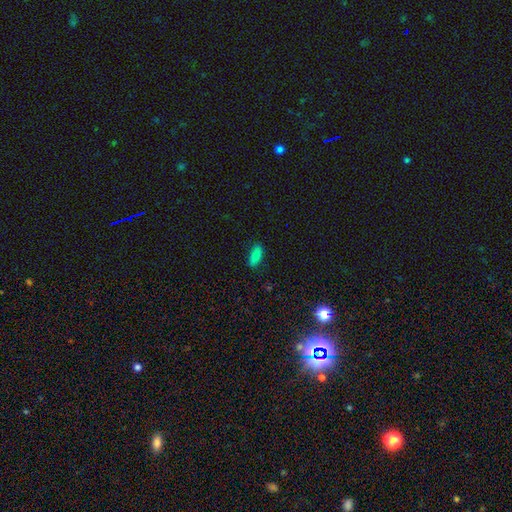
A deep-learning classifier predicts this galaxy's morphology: smooth_or_featured: smooth (p=0.81) [alt: star or artifact p=0.10]
how_rounded: in between (p=0.84) [alt: cigar-shaped p=0.14]
merging: none (p=0.83) [alt: minor disturbance p=0.14]